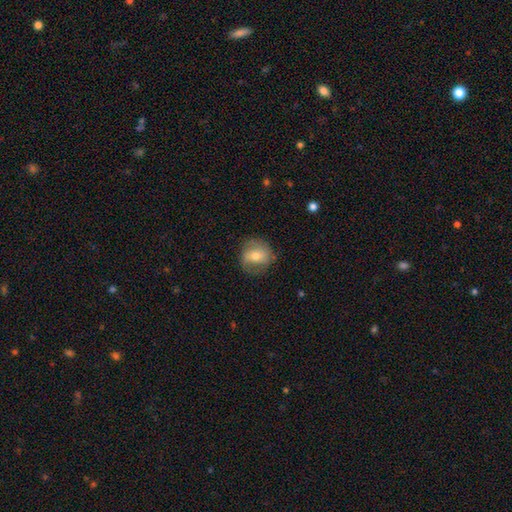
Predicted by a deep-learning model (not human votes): Smooth or featured? smooth (54%)
How rounded? round (80%)
Merging? none (73%)